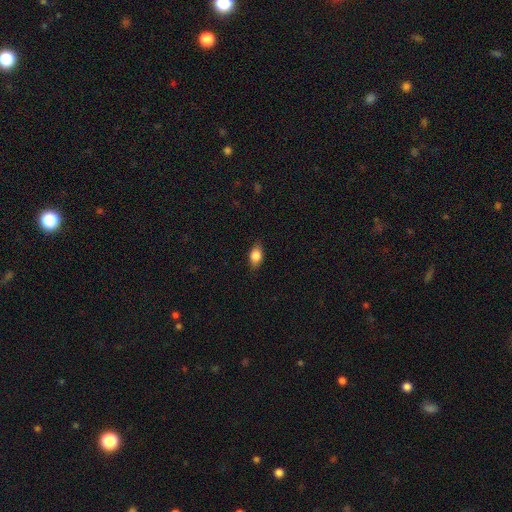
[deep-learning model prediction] Overall: smooth (83%). How rounded: in between (82%). Merging: none (83%).